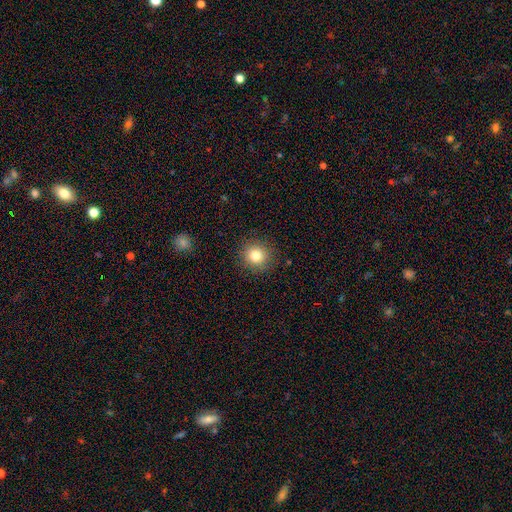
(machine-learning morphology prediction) smooth-or-featured: smooth: 81% | star or artifact: 12% | featured or disk: 8%
  how-rounded: round: 93% | in between: 6% | cigar-shaped: 1%
  merging: none: 90% | minor disturbance: 6% | major disturbance: 2% | merger: 1%